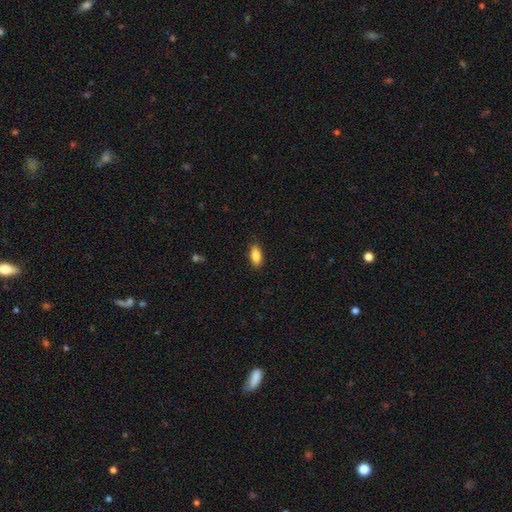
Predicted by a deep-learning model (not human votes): The model was most divided on "how rounded": in between: 86%, cigar-shaped: 11%, round: 3%. More confident: merging — none (88%); smooth or featured — smooth (85%).